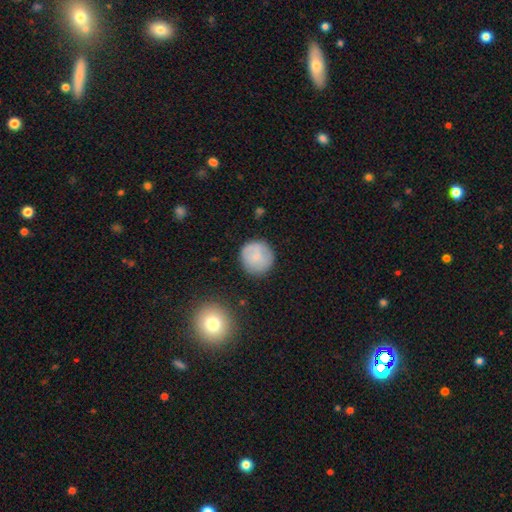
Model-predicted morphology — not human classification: The model was most divided on "smooth or featured": smooth: 77%, featured or disk: 15%, star or artifact: 8%. More confident: how rounded — round (93%); merging — none (80%).